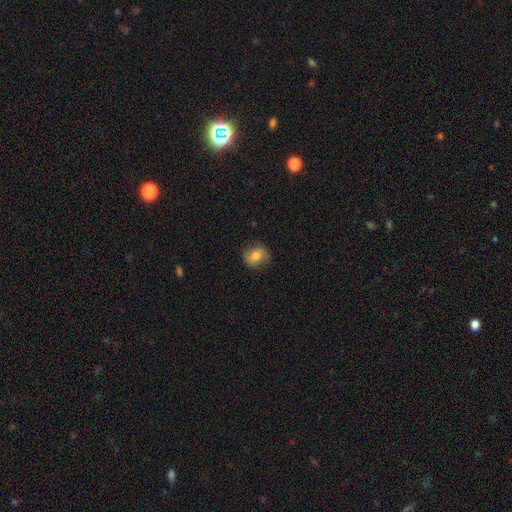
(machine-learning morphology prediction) A smooth galaxy with no disk features (64%) that is round (62%). Merging: none (78%).